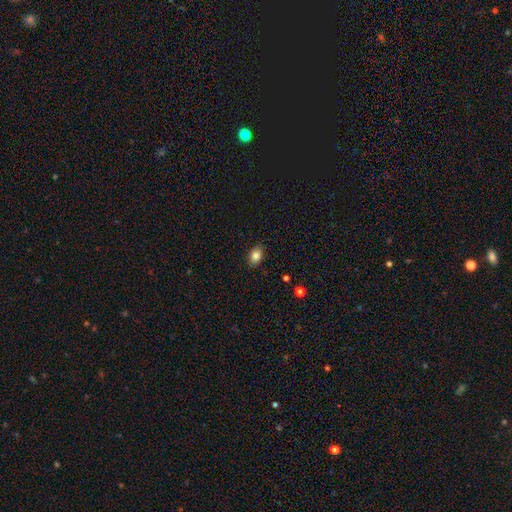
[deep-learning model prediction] smooth-or-featured: smooth: 84% | star or artifact: 9% | featured or disk: 7%
  how-rounded: in between: 83% | round: 16% | cigar-shaped: 2%
  merging: none: 85% | minor disturbance: 12% | major disturbance: 2% | merger: 1%